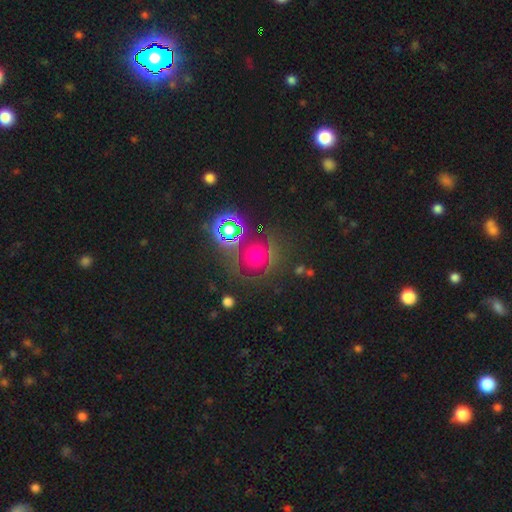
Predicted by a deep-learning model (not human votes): Overall: star or artifact (40%, tied with smooth).